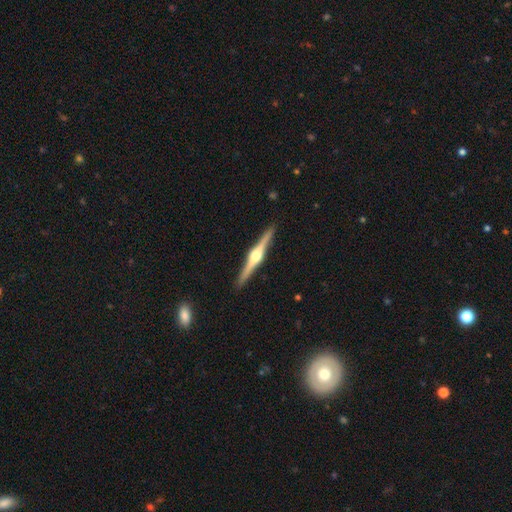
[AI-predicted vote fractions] A featured or disk galaxy (84%) viewed edge-on (99%) with a rounded central bulge (94%).

Vote fractions:
- Smooth or featured? featured or disk: 84% / smooth: 11% / star or artifact: 5%
- Edge-on disk? yes: 99% / no: 1%
- Edge-on bulge? rounded: 94% / boxy: 4% / none: 2%
- Merging? none: 92% / minor disturbance: 5% / major disturbance: 1% / merger: 1%